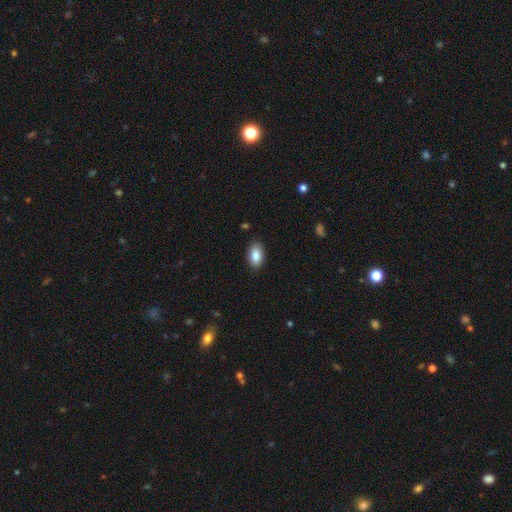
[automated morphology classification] Smooth or featured? Predicted: smooth (p=0.85). How rounded? Predicted: in between (p=0.93). Merging? Predicted: none (p=0.87).